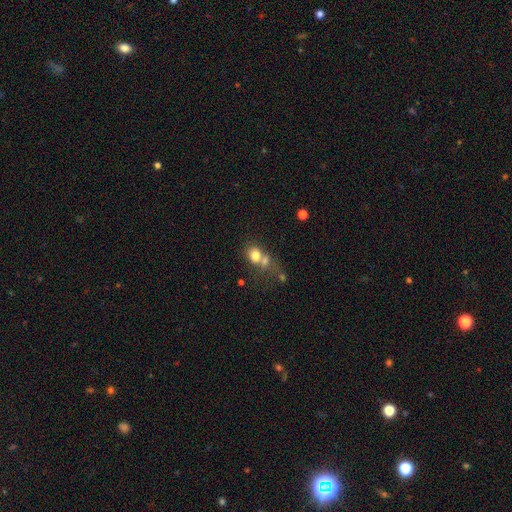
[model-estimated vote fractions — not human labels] Smooth or featured?
  - smooth: 74% *
  - featured or disk: 14%
  - star or artifact: 12%
How rounded?
  - round: 59% *
  - in between: 39%
  - cigar-shaped: 1%
Merging?
  - merger: 52% *
  - none: 31%
  - minor disturbance: 10%
  - major disturbance: 8%